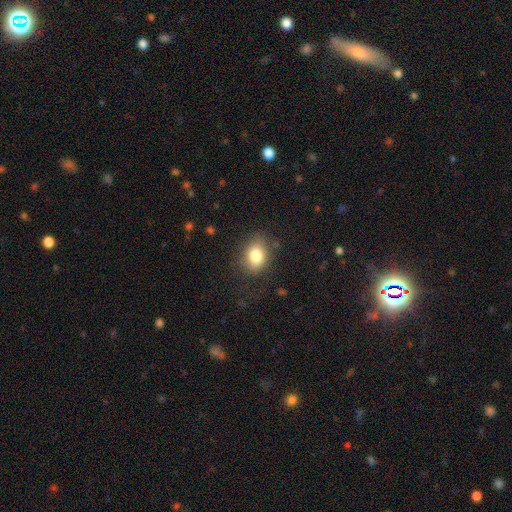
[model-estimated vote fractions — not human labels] Smooth or featured: smooth — 81% (featured or disk — 10%)
How rounded: in between — 66% (round — 33%)
Merging: none — 77% (minor disturbance — 15%)